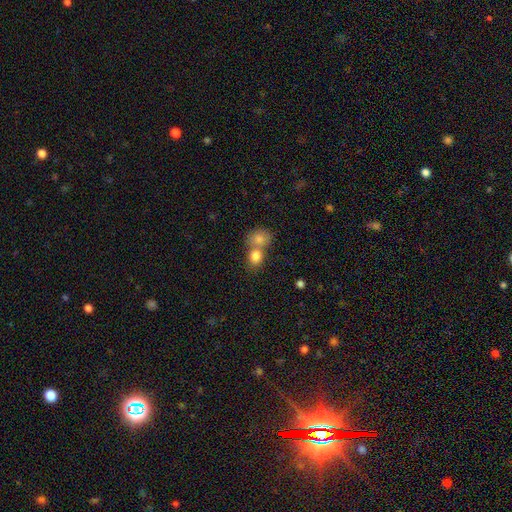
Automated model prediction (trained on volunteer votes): Smooth or featured? smooth (82%)
How rounded? round (59%)
Merging? merger (55%)